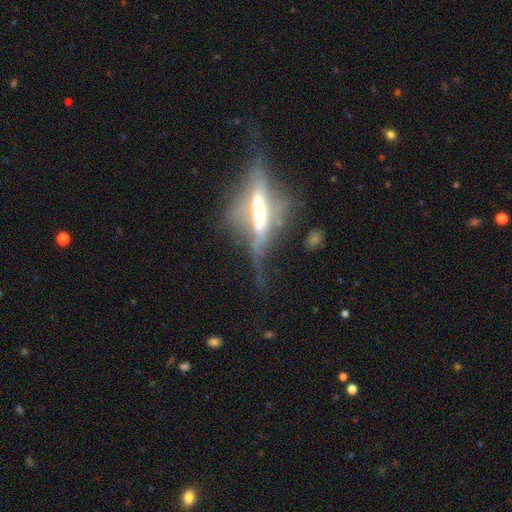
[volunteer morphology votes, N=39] Smooth or featured? 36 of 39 (92%) said featured or disk. Edge-on disk? 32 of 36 (89%) said yes. Edge-on bulge? 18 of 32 (56%) said boxy. Merging? 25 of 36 (69%) said none.